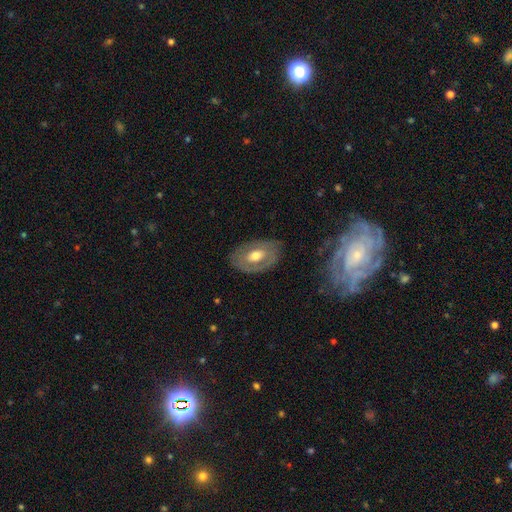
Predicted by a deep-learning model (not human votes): Overall: featured or disk (55%; smooth 39%). Edge-on disk: no (91%). Bar: no (68%). Spiral arms: no (70%). Bulge size: moderate (69%). Merging: none (76%).